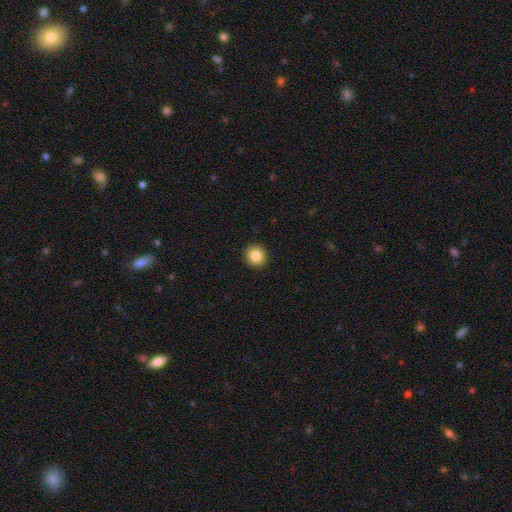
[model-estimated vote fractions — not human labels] A smooth galaxy with no disk features (84%) that is round (89%). Merging: none (93%).